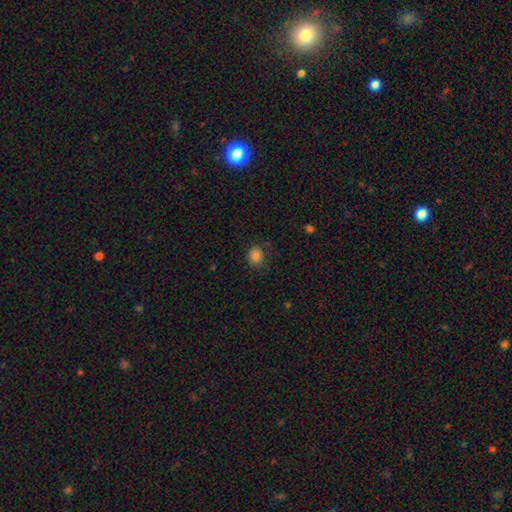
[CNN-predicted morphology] smooth-or-featured: smooth: 83% | star or artifact: 12% | featured or disk: 5%
  how-rounded: round: 71% | in between: 28% | cigar-shaped: 1%
  merging: none: 79% | minor disturbance: 15% | major disturbance: 4% | merger: 1%